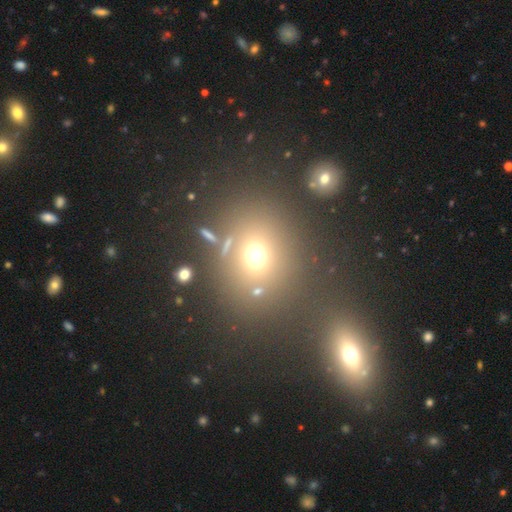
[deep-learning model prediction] This appears to be a smooth galaxy with no disk features (64%) that is round (76%). Merging: none (69%).